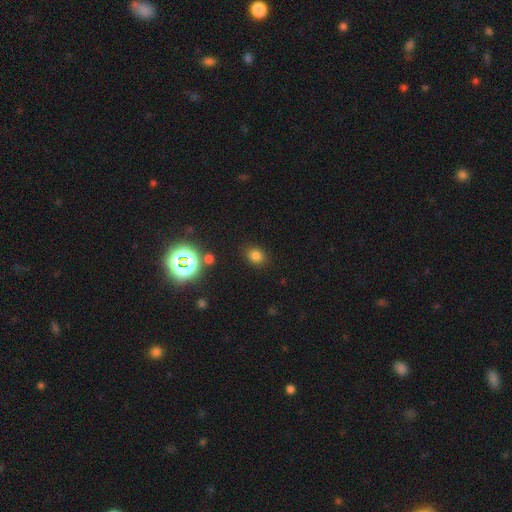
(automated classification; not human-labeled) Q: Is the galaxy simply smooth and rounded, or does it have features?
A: smooth — 75%.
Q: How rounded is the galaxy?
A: round — 62%.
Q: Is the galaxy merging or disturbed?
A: none — 87%.